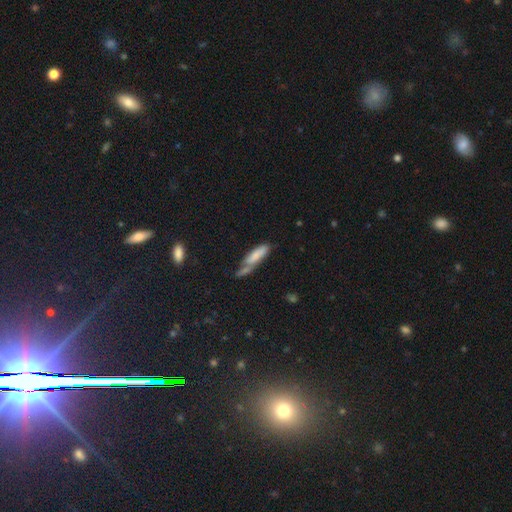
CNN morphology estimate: A smooth galaxy with no disk features (73%) that is cigar-shaped (59%).

Vote fractions:
- Smooth or featured? smooth: 73% / featured or disk: 19% / star or artifact: 8%
- How rounded? cigar-shaped: 59% / in between: 39% / round: 2%
- Merging? none: 37% / merger: 31% / minor disturbance: 21% / major disturbance: 11%